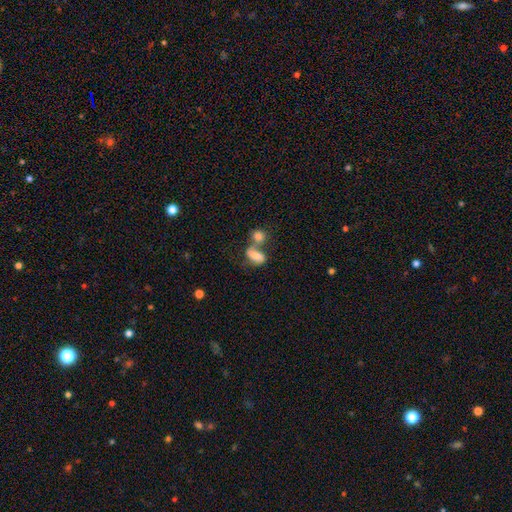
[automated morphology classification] smooth 61%, featured or disk 29%, star or artifact 10%. Down the decision tree: how rounded — in between (81%); merging — merger (58%).